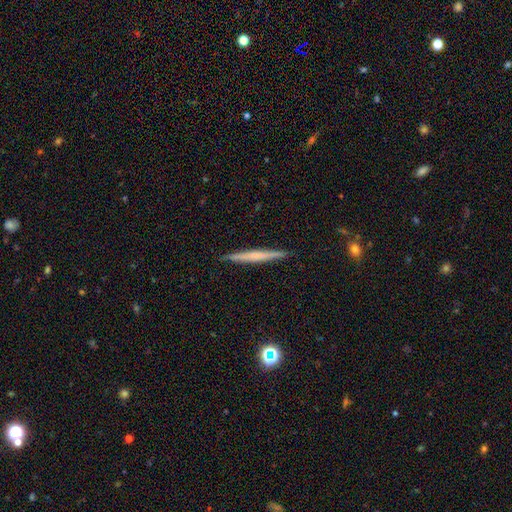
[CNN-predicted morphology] Smooth or featured: featured or disk — 52% (smooth — 41%)
Edge-on disk: yes — 97% (no — 3%)
Edge-on bulge: none — 64% (rounded — 25%)
Merging: none — 91% (minor disturbance — 6%)